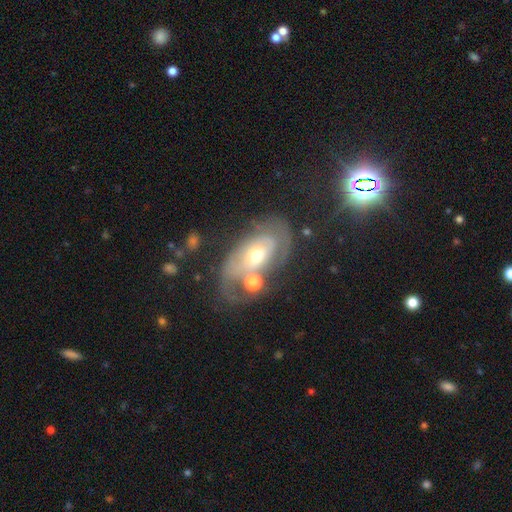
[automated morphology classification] featured or disk 70%, smooth 21%, star or artifact 9%. Down the decision tree: edge-on disk — no (93%); bar — no (72%); spiral arms — yes (68%); bulge size — moderate (63%); merging — none (45%).